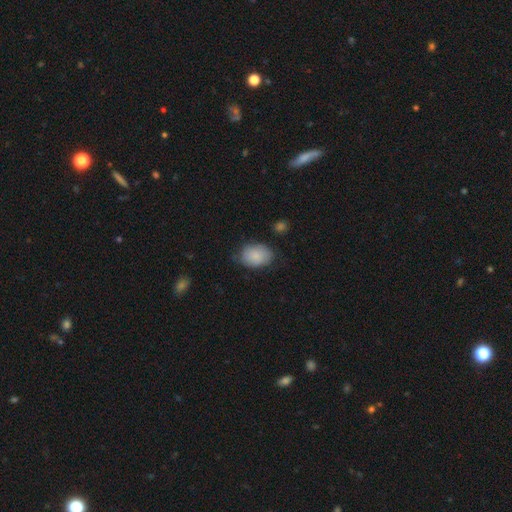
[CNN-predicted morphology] This is clearly a smooth galaxy (84%). How rounded: clearly in between (81%). Merging: likely none (69%).